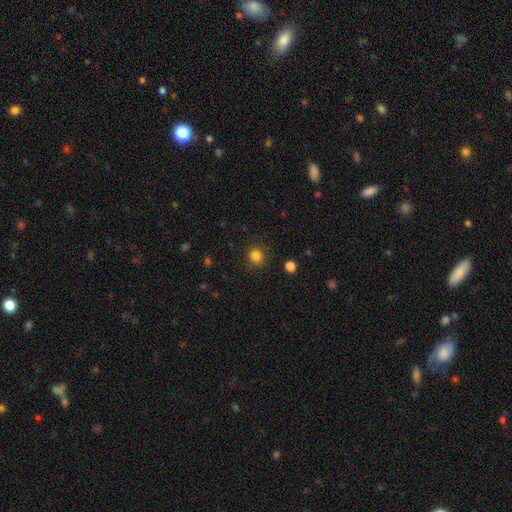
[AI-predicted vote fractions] Smooth or featured: smooth — 83% (star or artifact — 12%)
How rounded: round — 86% (in between — 13%)
Merging: none — 85% (minor disturbance — 10%)